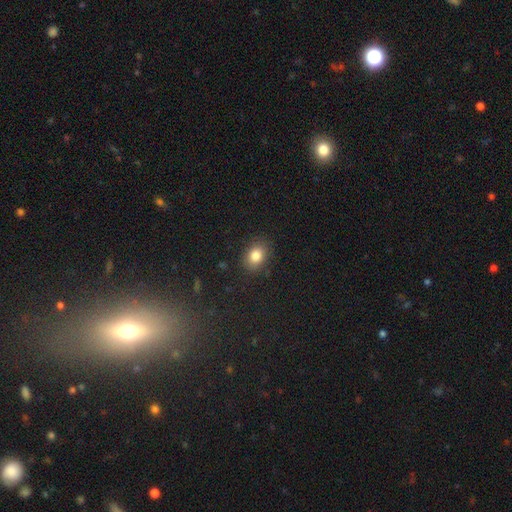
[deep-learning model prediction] Smooth or featured? smooth (83%)
How rounded? in between (62%)
Merging? none (85%)